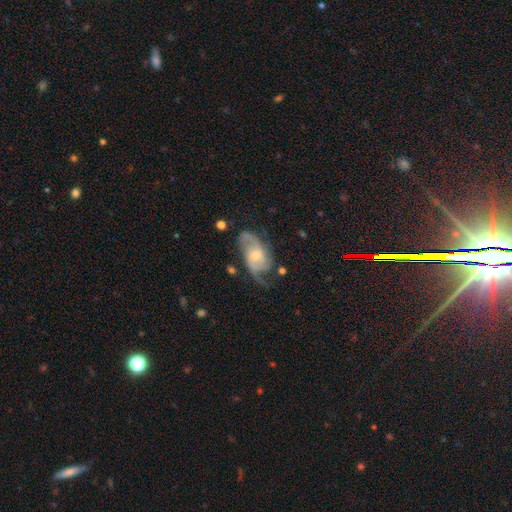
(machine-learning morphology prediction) Smooth or featured: featured or disk — 82% (smooth — 13%)
Edge-on disk: no — 96% (yes — 4%)
Bar: no — 63% (weak — 32%)
Spiral arms: yes — 94% (no — 6%)
Spiral winding: medium — 46% (loose — 28%)
Spiral arm count: 2 — 71% (can't tell — 11%)
Bulge size: small — 49% (moderate — 44%)
Merging: none — 56% (minor disturbance — 25%)